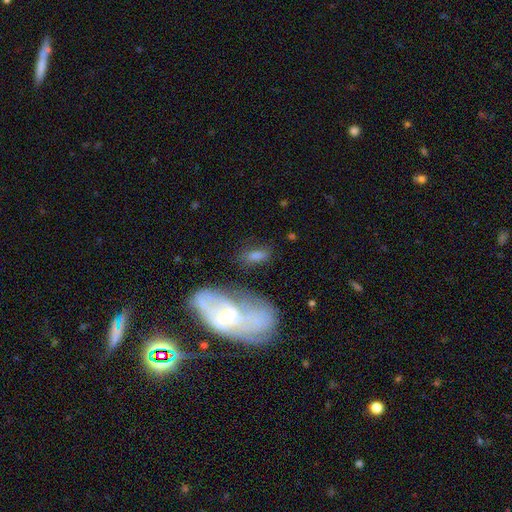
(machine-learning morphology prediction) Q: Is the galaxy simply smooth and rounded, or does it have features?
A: smooth — 55%.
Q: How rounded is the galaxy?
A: in between — 82%.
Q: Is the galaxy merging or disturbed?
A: none — 49%.